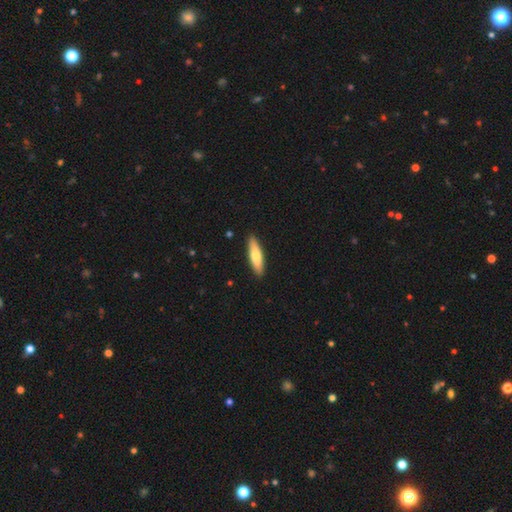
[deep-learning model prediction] Smooth or featured: smooth — 69% (featured or disk — 26%)
How rounded: cigar-shaped — 67% (in between — 31%)
Merging: none — 90% (minor disturbance — 7%)